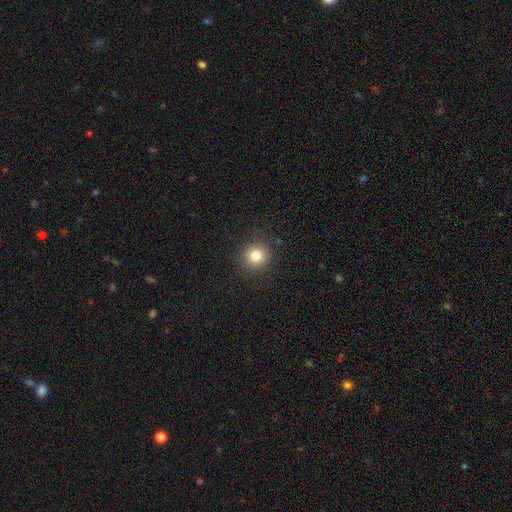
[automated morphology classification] A smooth galaxy with no disk features (81%) that is round (93%). Merging: none (89%).